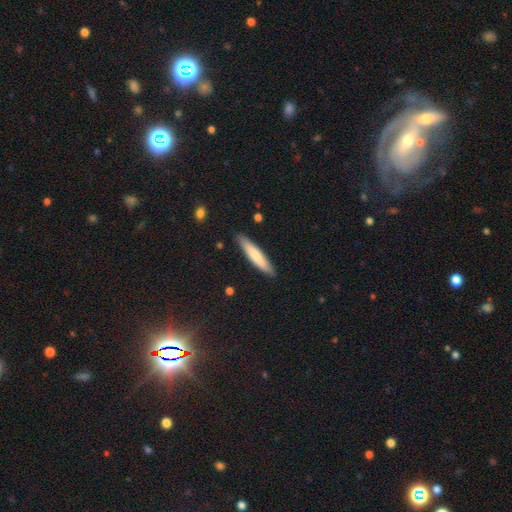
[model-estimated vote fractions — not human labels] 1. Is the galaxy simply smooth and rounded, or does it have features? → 77% smooth, 18% featured or disk, 5% star or artifact.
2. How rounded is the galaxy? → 87% cigar-shaped, 12% in between, 1% round.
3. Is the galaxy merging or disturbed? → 89% none, 9% minor disturbance, 2% major disturbance, 1% merger.